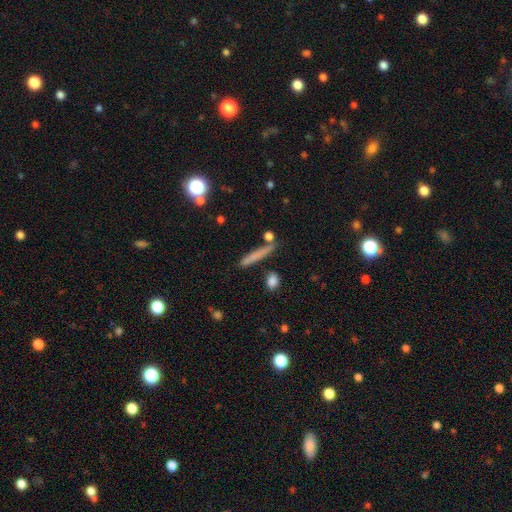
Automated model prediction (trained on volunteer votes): Smooth or featured? smooth (67%)
How rounded? cigar-shaped (93%)
Merging? none (79%)